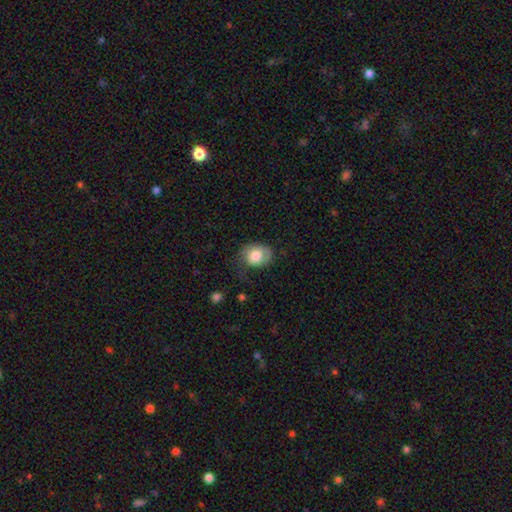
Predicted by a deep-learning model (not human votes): The model was most divided on "how rounded": in between: 52%, round: 47%, cigar-shaped: 1%. Remaining: smooth or featured — smooth (75%); merging — none (48%).